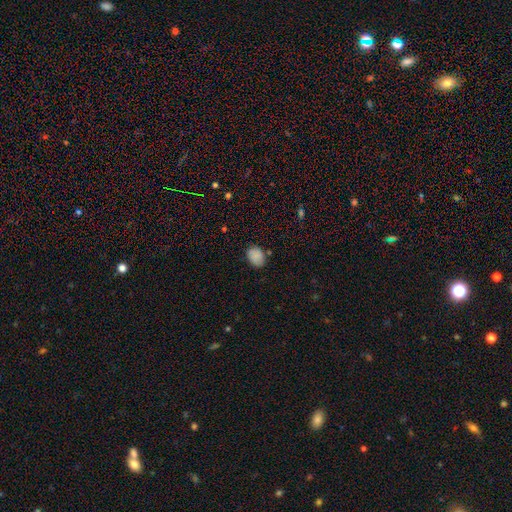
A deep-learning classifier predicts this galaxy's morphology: Smooth or featured?
  - smooth: 86% *
  - star or artifact: 9%
  - featured or disk: 6%
How rounded?
  - in between: 68% *
  - round: 31%
  - cigar-shaped: 1%
Merging?
  - none: 78% *
  - minor disturbance: 16%
  - major disturbance: 3%
  - merger: 2%